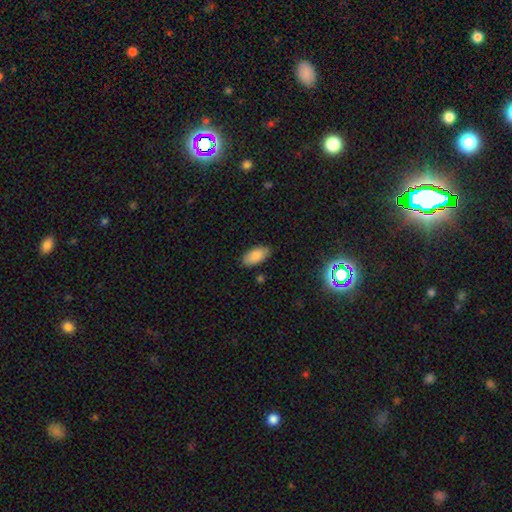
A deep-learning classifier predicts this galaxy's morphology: Smooth or featured? smooth (86%)
How rounded? in between (92%)
Merging? none (85%)